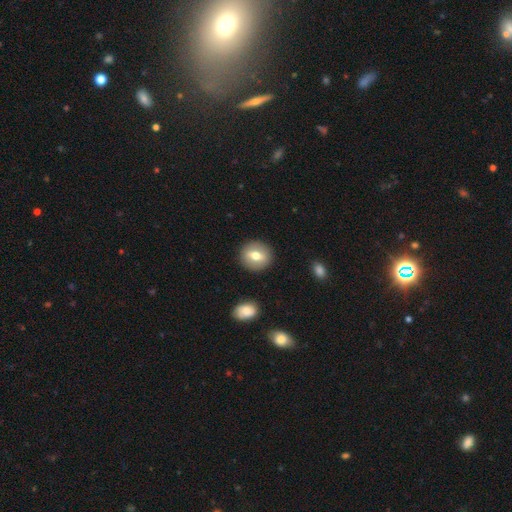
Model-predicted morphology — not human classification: Smooth or featured? smooth (64%)
How rounded? round (81%)
Merging? none (89%)